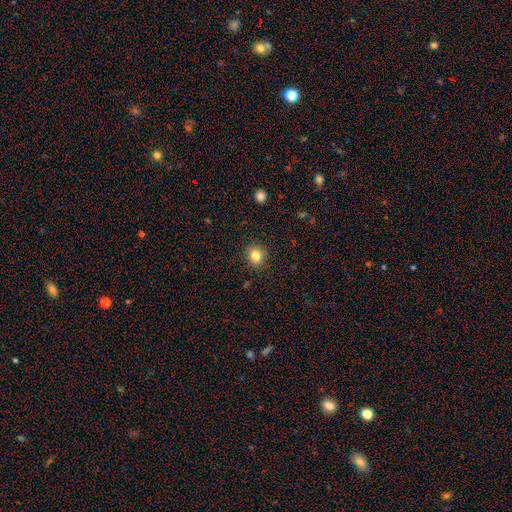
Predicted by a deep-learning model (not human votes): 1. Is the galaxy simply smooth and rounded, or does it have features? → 82% smooth, 11% star or artifact, 7% featured or disk.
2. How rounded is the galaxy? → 76% round, 23% in between, 1% cigar-shaped.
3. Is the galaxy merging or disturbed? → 89% none, 8% minor disturbance, 2% major disturbance, 1% merger.